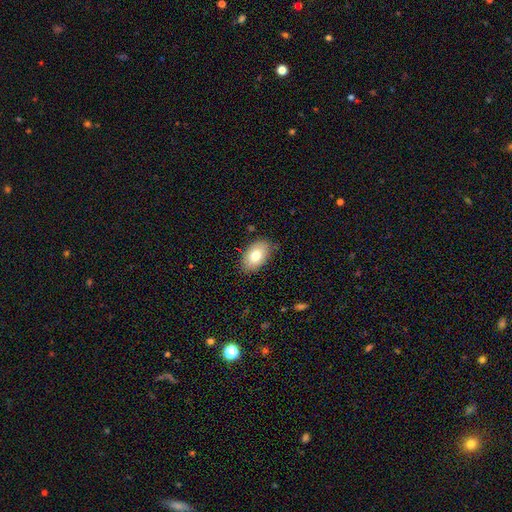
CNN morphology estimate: Overall: smooth (76%). How rounded: in between (91%). Merging: none (83%).